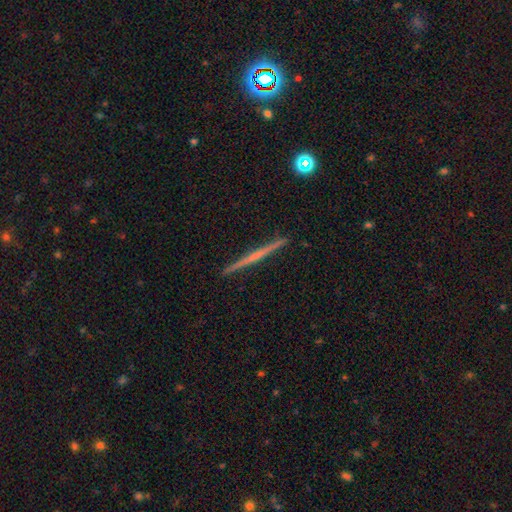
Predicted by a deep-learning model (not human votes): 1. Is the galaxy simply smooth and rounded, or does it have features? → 71% featured or disk, 23% smooth, 6% star or artifact.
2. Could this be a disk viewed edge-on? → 99% yes, 1% no.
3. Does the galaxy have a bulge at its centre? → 58% none, 35% rounded, 7% boxy.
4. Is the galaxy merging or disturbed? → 93% none, 5% minor disturbance, 1% major disturbance, 1% merger.